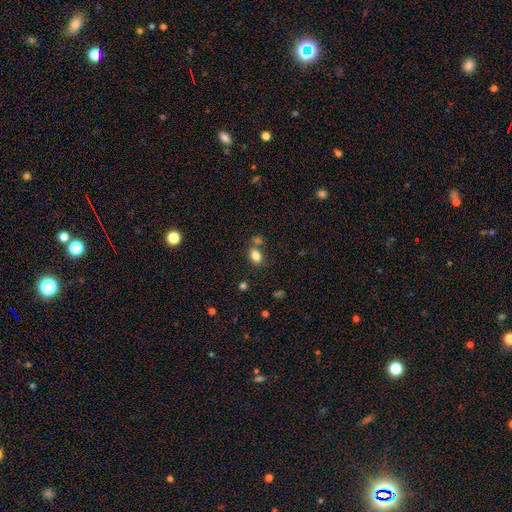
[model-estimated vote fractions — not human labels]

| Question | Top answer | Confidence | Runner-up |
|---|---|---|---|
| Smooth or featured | smooth | 82% | star or artifact (11%) |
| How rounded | in between | 78% | round (20%) |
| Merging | none | 63% | merger (21%) |